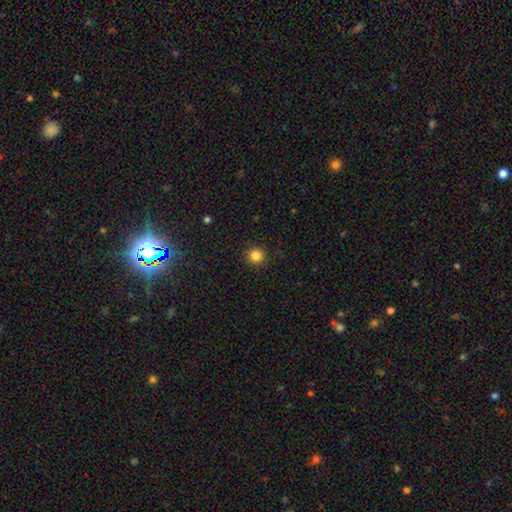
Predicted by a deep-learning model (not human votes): Smooth or featured: smooth — 84% (star or artifact — 12%)
How rounded: round — 94% (in between — 5%)
Merging: none — 92% (minor disturbance — 6%)